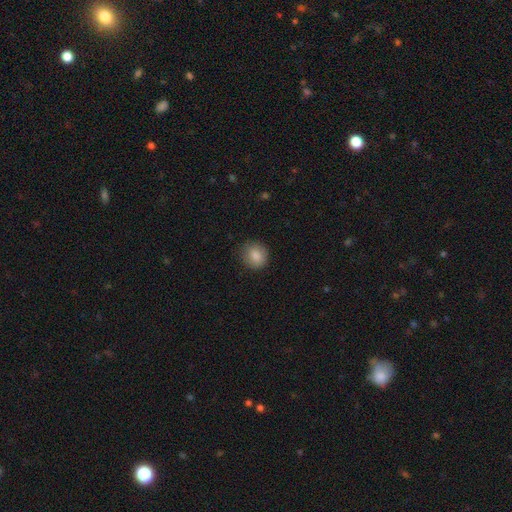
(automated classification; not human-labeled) Smooth or featured? Predicted: smooth (p=0.85). How rounded? Predicted: round (p=0.77). Merging? Predicted: none (p=0.84).